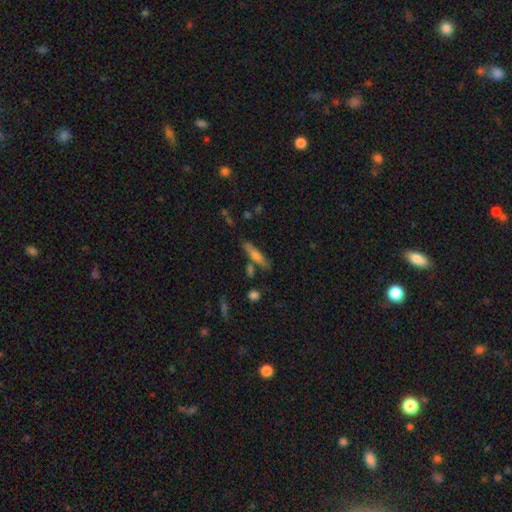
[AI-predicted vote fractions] Q: Smooth or featured?
A: smooth (63%); runner-up: featured or disk (29%)
Q: How rounded?
A: cigar-shaped (79%); runner-up: in between (19%)
Q: Merging?
A: none (72%); runner-up: minor disturbance (14%)